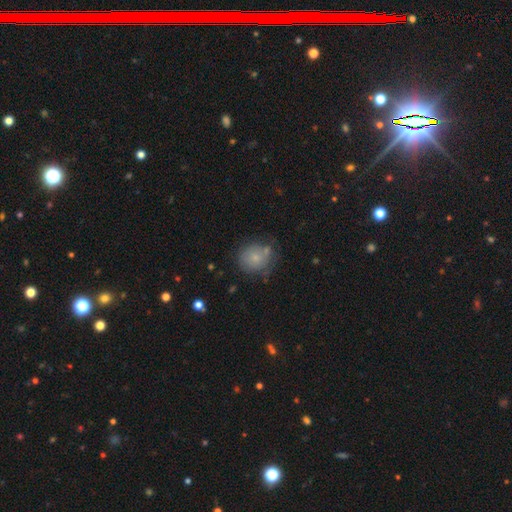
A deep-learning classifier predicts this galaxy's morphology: smooth 72%, featured or disk 16%, star or artifact 12%. Down the decision tree: how rounded — round (81%); merging — none (67%).